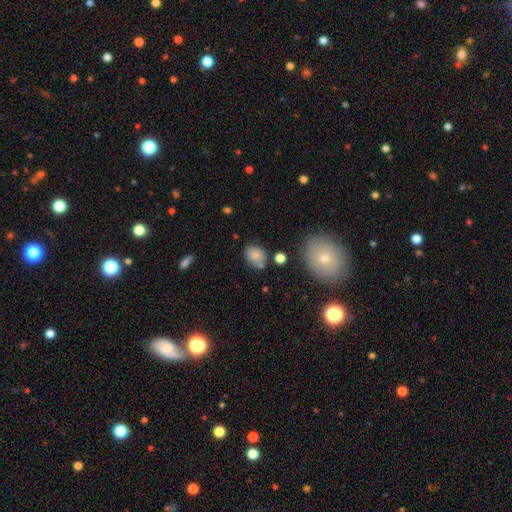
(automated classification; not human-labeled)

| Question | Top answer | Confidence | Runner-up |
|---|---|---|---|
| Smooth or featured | smooth | 80% | star or artifact (10%) |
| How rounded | in between | 55% | round (43%) |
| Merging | none | 65% | minor disturbance (18%) |